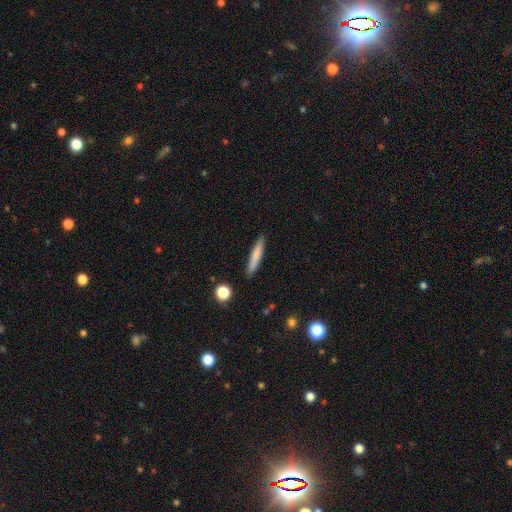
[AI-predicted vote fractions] This is likely a smooth galaxy (75%). How rounded: clearly cigar-shaped (94%). Merging: clearly none (90%).